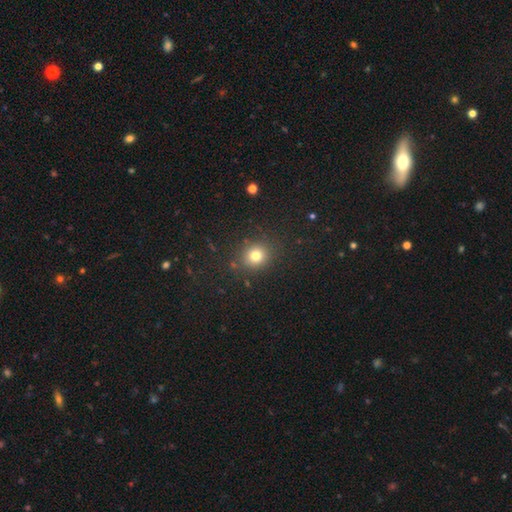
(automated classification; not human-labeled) Morphology: type=smooth (78%); roundness=round (81%); merging=none (86%).